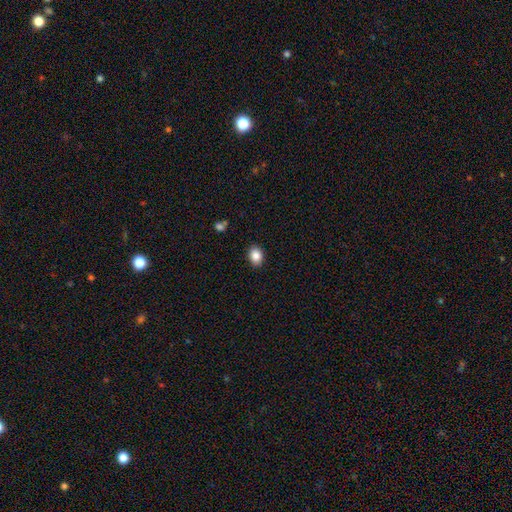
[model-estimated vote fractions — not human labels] Smooth or featured? smooth (86%)
How rounded? in between (64%)
Merging? none (89%)